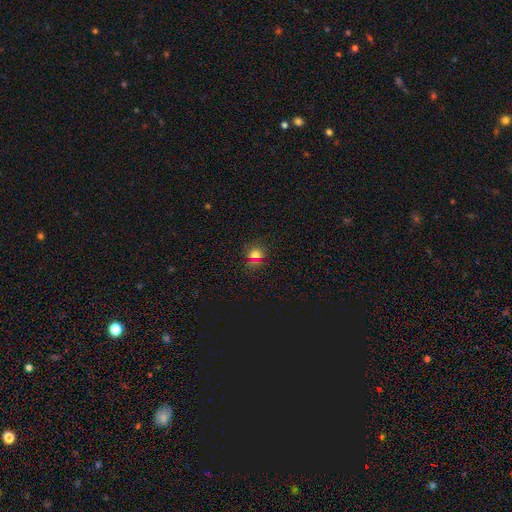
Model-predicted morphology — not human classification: smooth_or_featured: smooth (p=0.62) [alt: star or artifact p=0.30]
how_rounded: round (p=0.82) [alt: in between p=0.16]
merging: none (p=0.86) [alt: minor disturbance p=0.09]